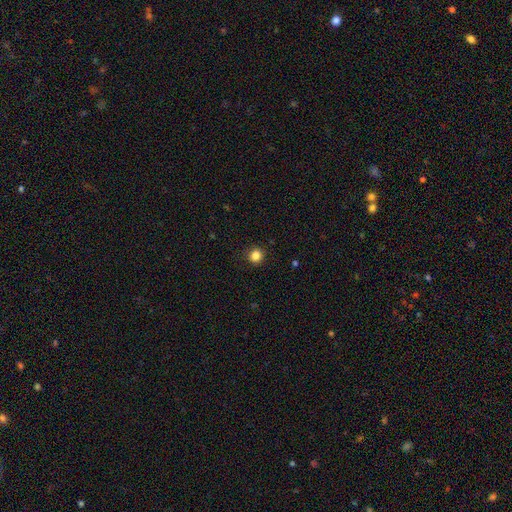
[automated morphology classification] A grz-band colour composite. It shows a smooth galaxy with no disk features (85%) that is round (89%). Merging: none (91%).